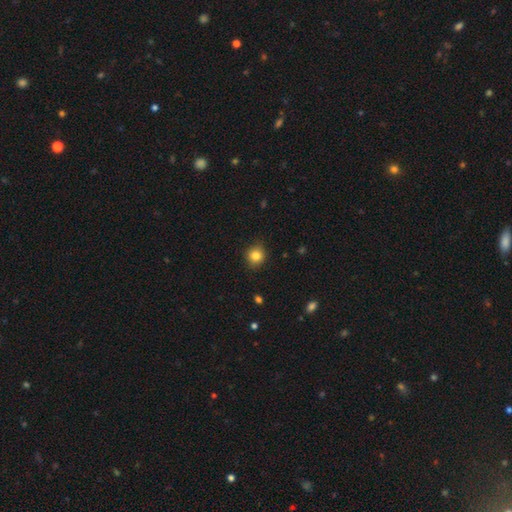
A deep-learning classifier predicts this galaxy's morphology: type=smooth (84%); roundness=round (88%); merging=none (88%).